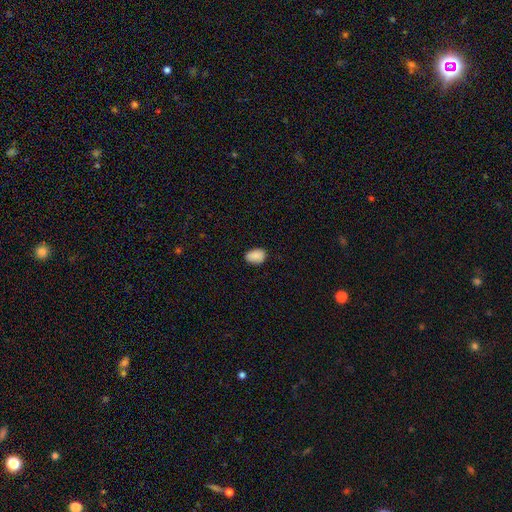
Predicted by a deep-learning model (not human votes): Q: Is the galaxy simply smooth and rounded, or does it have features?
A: smooth — 88%.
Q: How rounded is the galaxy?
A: in between — 82%.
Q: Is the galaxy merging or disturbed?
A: none — 80%.